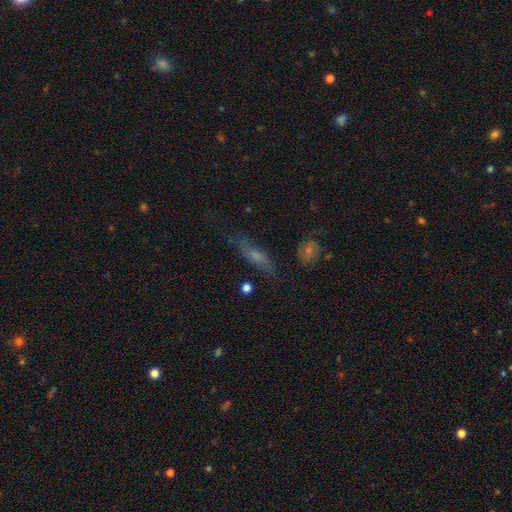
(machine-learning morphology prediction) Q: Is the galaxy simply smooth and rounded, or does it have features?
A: smooth — 42%.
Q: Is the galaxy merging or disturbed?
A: none — 68%.